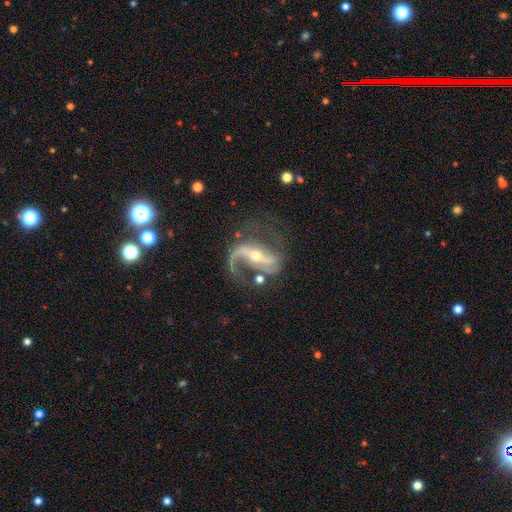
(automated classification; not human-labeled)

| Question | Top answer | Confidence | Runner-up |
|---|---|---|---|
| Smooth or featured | featured or disk | 90% | star or artifact (6%) |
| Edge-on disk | no | 96% | yes (4%) |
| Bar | strong | 48% | weak (29%) |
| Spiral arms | yes | 96% | no (4%) |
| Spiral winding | loose | 63% | medium (30%) |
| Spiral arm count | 2 | 77% | 1 (16%) |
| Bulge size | small | 55% | moderate (41%) |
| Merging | none | 54% | major disturbance (23%) |